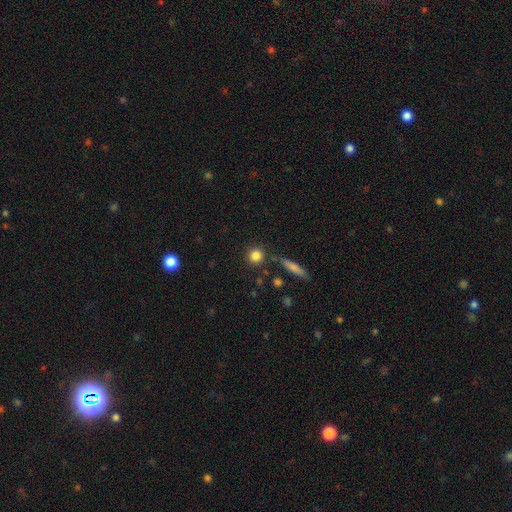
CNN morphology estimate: Smooth or featured? smooth (83%)
How rounded? round (88%)
Merging? none (83%)